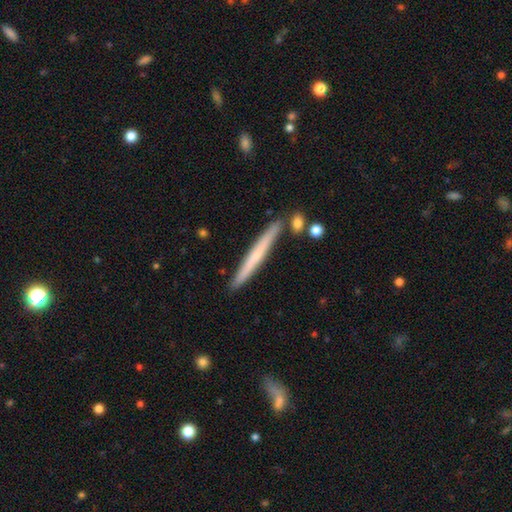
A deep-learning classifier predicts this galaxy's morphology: This appears to be a featured or disk galaxy (47%, tied with smooth). Merging: none (87%).